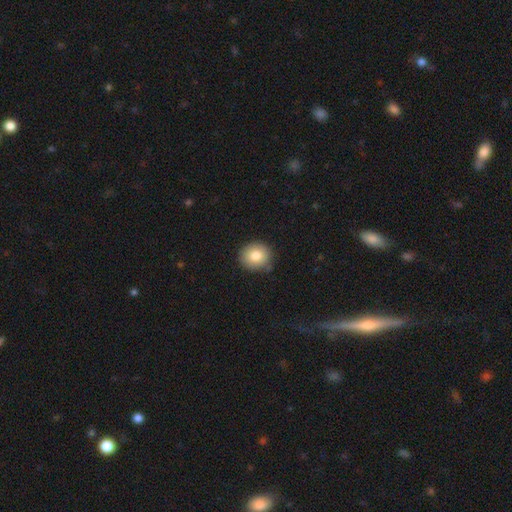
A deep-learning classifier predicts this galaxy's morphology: The model was most divided on "how rounded": round: 80%, in between: 19%, cigar-shaped: 1%. More confident: merging — none (82%); smooth or featured — smooth (81%).